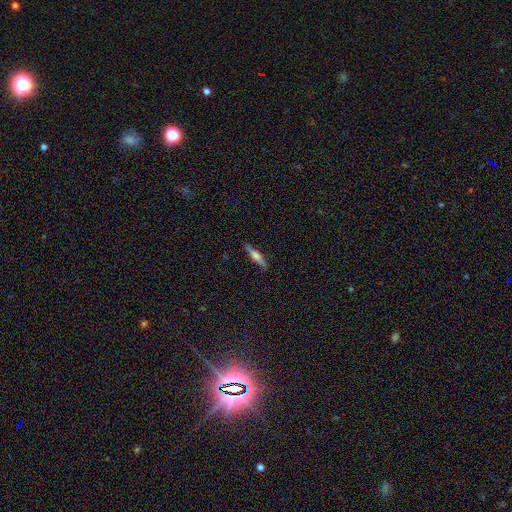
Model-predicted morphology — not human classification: A featured or disk galaxy (47%, tied with smooth). Merging: none (87%).